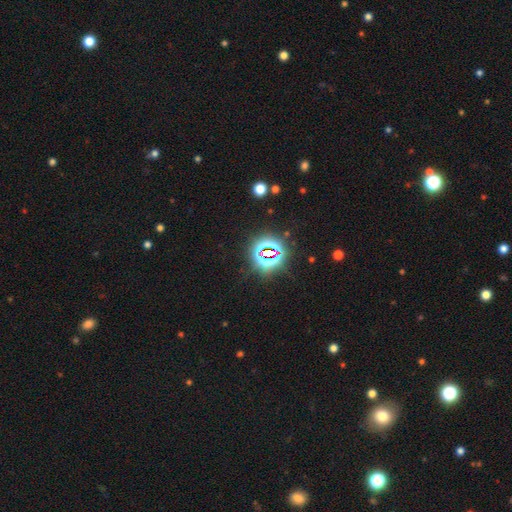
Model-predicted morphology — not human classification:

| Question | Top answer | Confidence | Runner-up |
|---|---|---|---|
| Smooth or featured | star or artifact | 81% | smooth (13%) |